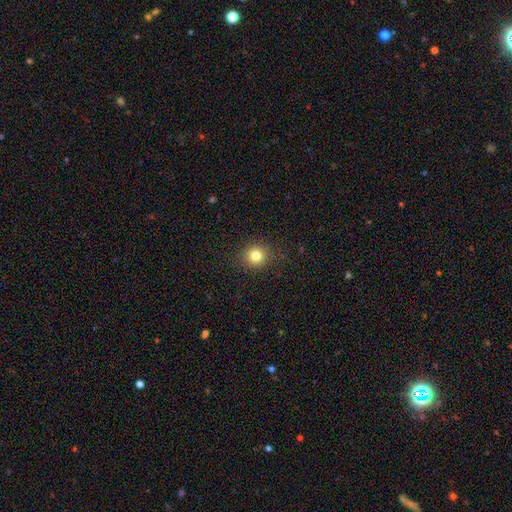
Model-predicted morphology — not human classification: Smooth or featured: smooth — 81% (star or artifact — 13%)
How rounded: round — 88% (in between — 11%)
Merging: none — 89% (minor disturbance — 7%)